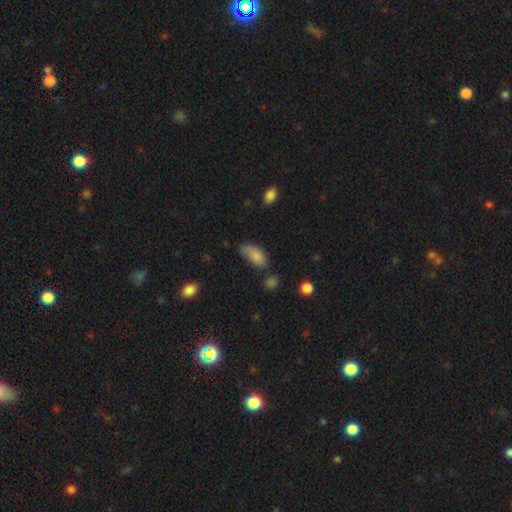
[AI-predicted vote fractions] Smooth or featured: smooth — 78% (featured or disk — 14%)
How rounded: in between — 92% (cigar-shaped — 6%)
Merging: none — 50% (minor disturbance — 34%)